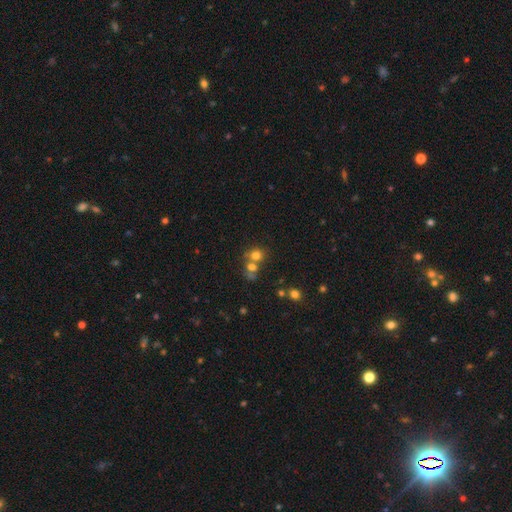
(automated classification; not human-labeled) The model was most divided on "merging": merger: 48%, none: 41%, minor disturbance: 8%, major disturbance: 4%. More confident: how rounded — round (79%); smooth or featured — smooth (72%).